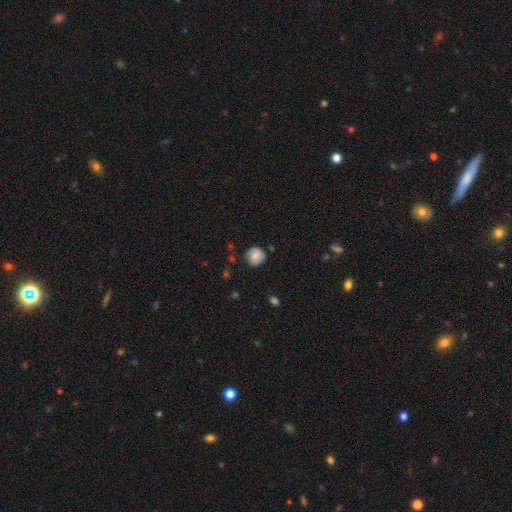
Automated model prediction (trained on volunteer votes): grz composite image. It shows a smooth galaxy with no disk features (75%) that is round (86%). Merging: none (73%).